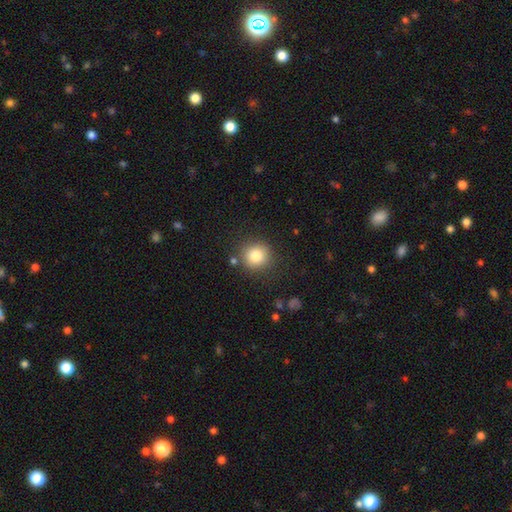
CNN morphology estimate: smooth 81%, star or artifact 11%, featured or disk 8%. Down the decision tree: how rounded — round (91%); merging — none (84%).